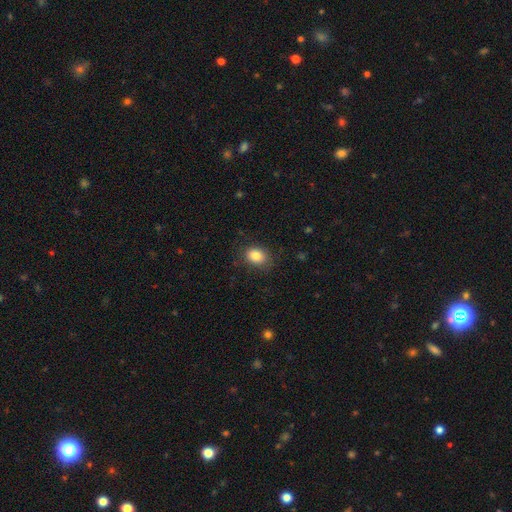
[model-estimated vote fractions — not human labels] Morphology: type=smooth (85%); roundness=in between (68%); merging=none (81%).